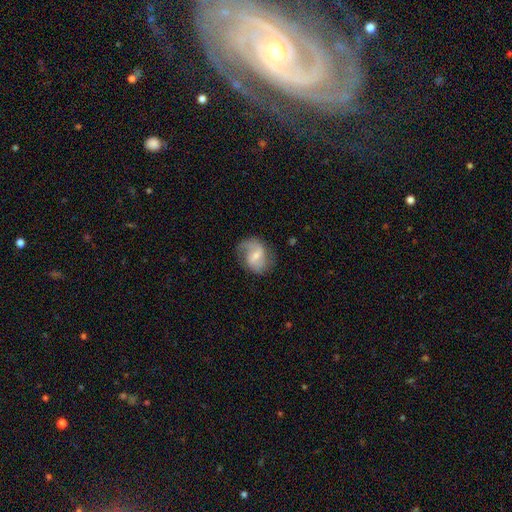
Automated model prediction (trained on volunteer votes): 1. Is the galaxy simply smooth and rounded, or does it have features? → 68% featured or disk, 26% smooth, 6% star or artifact.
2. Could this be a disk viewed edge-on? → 97% no, 3% yes.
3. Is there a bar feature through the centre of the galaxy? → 52% weak, 24% no, 23% strong.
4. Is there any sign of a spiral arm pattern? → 88% yes, 12% no.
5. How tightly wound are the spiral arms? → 42% medium, 40% loose, 17% tight.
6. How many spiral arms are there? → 73% 2, 16% 1, 8% can't tell, 1% 3, 1% 4, 1% more than 4.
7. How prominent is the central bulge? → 50% small, 43% moderate, 4% none, 3% large, 1% dominant.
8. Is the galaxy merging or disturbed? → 63% none, 23% minor disturbance, 13% major disturbance, 1% merger.